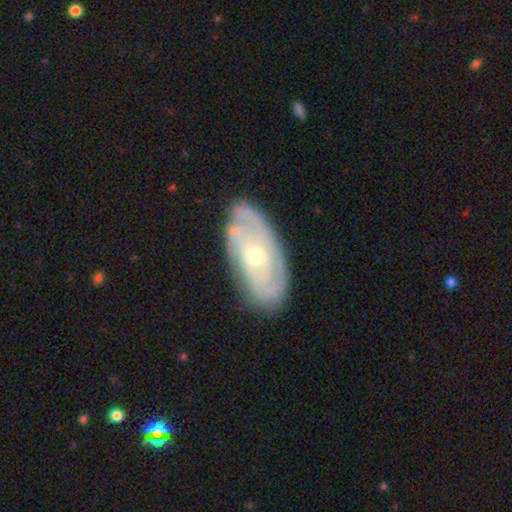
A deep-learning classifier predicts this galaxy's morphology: The model was most divided on "bulge size": small: 54%, moderate: 43%, large: 2%, none: 1%, dominant: 1%. Remaining: edge-on disk — no (92%); spiral arms — yes (84%); merging — none (77%); smooth or featured — featured or disk (75%); bar — no (68%); spiral winding — tight (63%); spiral arm count — can't tell (44%).